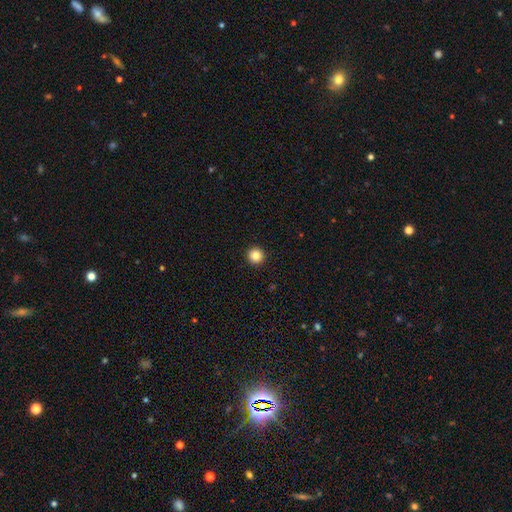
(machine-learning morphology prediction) This is clearly a smooth galaxy (86%). How rounded: clearly round (96%). Merging: clearly none (94%).